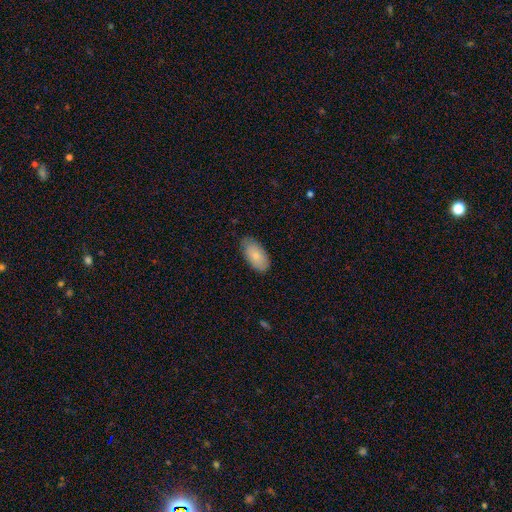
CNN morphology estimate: Q: Smooth or featured?
A: smooth (80%); runner-up: featured or disk (14%)
Q: How rounded?
A: in between (94%); runner-up: cigar-shaped (3%)
Q: Merging?
A: none (78%); runner-up: minor disturbance (18%)